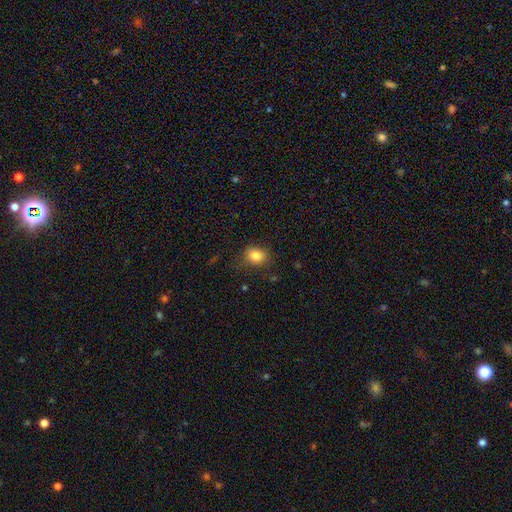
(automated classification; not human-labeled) The model was most divided on "how rounded": round: 53%, in between: 46%, cigar-shaped: 1%. More confident: smooth or featured — smooth (83%); merging — none (79%).